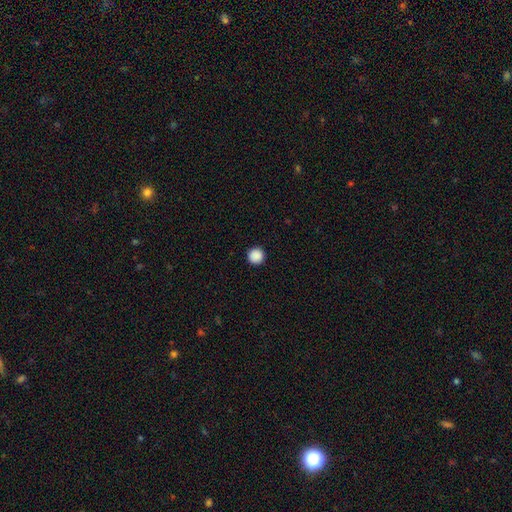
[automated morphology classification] Smooth or featured?
  - smooth: 89% *
  - star or artifact: 9%
  - featured or disk: 2%
How rounded?
  - round: 96% *
  - in between: 3%
  - cigar-shaped: 1%
Merging?
  - none: 94% *
  - minor disturbance: 4%
  - major disturbance: 2%
  - merger: 1%